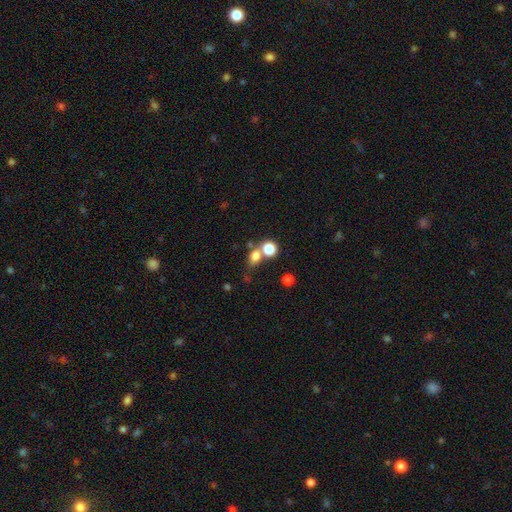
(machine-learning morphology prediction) Smooth or featured? Predicted: smooth (p=0.75). How rounded? Predicted: round (p=0.58). Merging? Predicted: none (p=0.50).